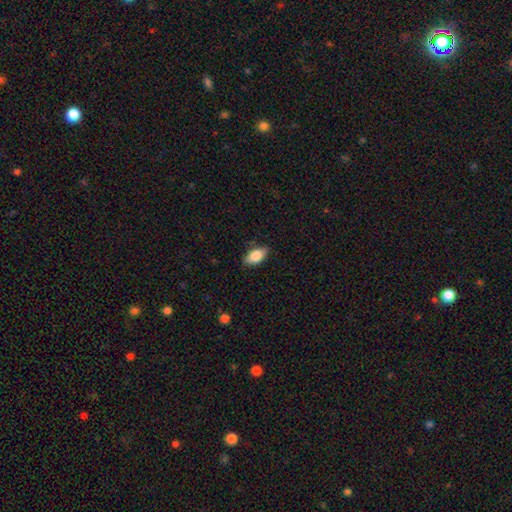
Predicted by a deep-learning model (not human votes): Morphology: type=smooth (84%); roundness=in between (91%); merging=none (83%).